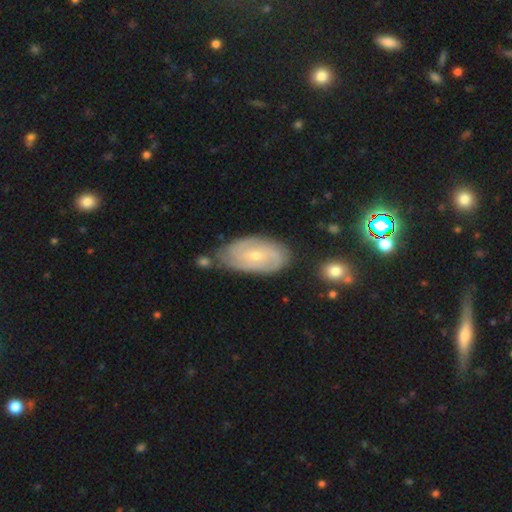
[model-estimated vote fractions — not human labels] This is likely a featured or disk galaxy (74%). It is clearly not viewed edge-on (94%). Bar: possibly no (57%). Spiral arm pattern: clearly yes (92%). Spiral arm count: marginally 2 (35%). Spiral winding: likely tight (62%). Central bulge: likely small (69%). Merging: likely none (69%).